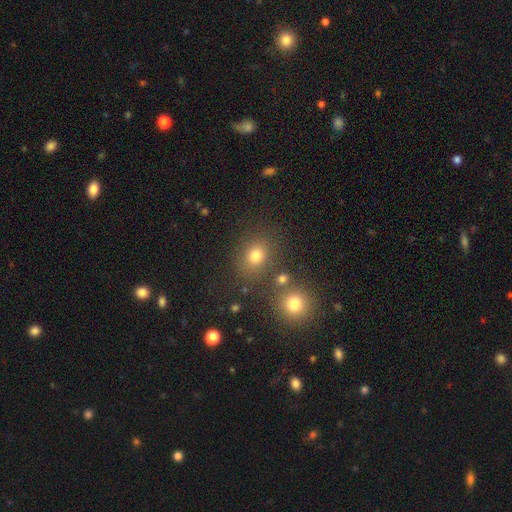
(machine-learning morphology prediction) Overall: smooth (74%). How rounded: round (63%; in between 36%). Merging: none (75%).